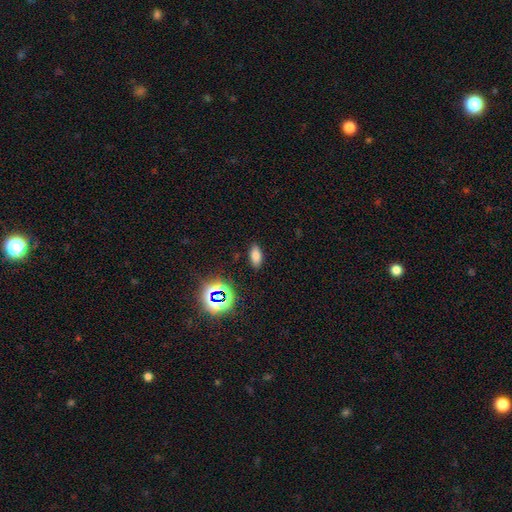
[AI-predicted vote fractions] smooth-or-featured: smooth: 73% | star or artifact: 19% | featured or disk: 9%
  how-rounded: in between: 87% | cigar-shaped: 8% | round: 5%
  merging: none: 88% | minor disturbance: 8% | major disturbance: 3% | merger: 1%